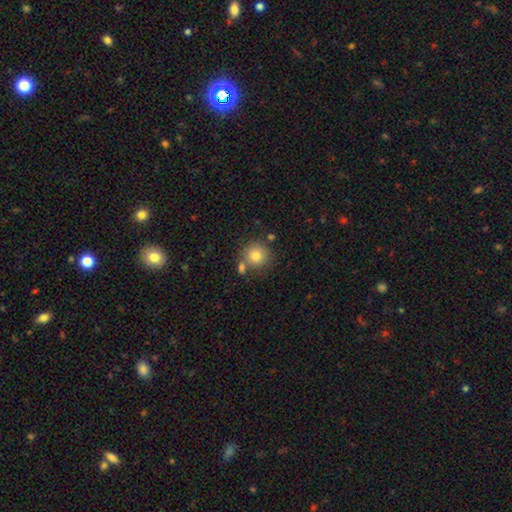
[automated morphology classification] Smooth or featured: smooth — 79% (star or artifact — 11%)
How rounded: round — 92% (in between — 7%)
Merging: none — 71% (merger — 16%)